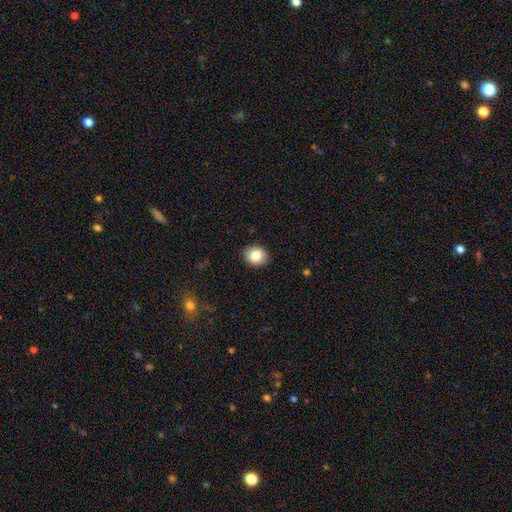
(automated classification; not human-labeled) smooth_or_featured: smooth (p=0.83) [alt: star or artifact p=0.09]
how_rounded: round (p=0.65) [alt: in between p=0.35]
merging: none (p=0.90) [alt: minor disturbance p=0.07]